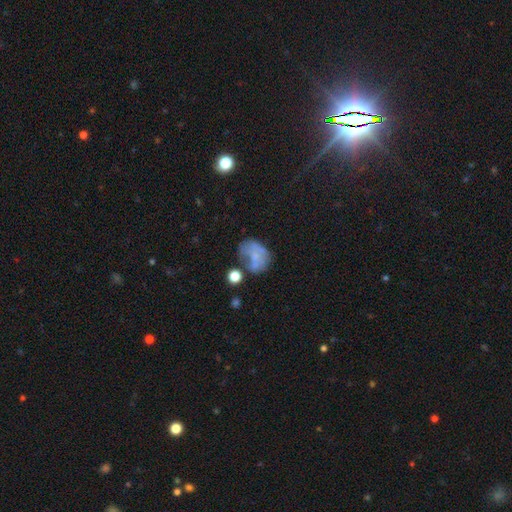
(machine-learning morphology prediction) smooth_or_featured: smooth (p=0.47) [alt: featured or disk p=0.39]
merging: none (p=0.33) [alt: major disturbance p=0.29]